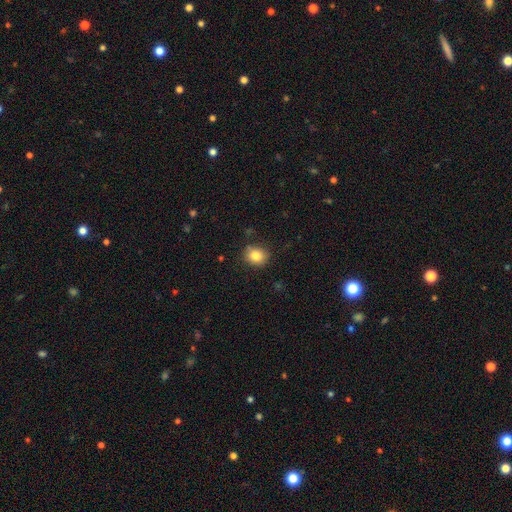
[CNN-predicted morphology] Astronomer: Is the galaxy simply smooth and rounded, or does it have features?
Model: smooth — 83%.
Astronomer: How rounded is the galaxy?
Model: round — 72%.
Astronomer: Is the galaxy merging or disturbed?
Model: none — 85%.